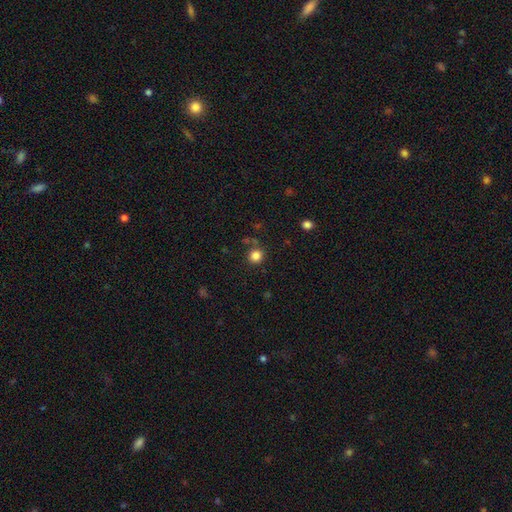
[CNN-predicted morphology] A smooth galaxy with no disk features (83%) that is round (92%).

Vote fractions:
- Smooth or featured? smooth: 83% / star or artifact: 13% / featured or disk: 5%
- How rounded? round: 92% / in between: 7% / cigar-shaped: 1%
- Merging? none: 81% / minor disturbance: 9% / merger: 6% / major disturbance: 4%